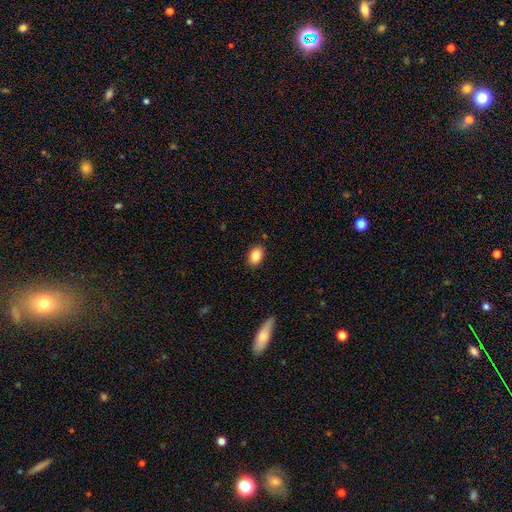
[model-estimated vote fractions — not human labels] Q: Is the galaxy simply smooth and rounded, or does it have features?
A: smooth — 87%.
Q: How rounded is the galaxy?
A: in between — 83%.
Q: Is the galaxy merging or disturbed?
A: none — 88%.